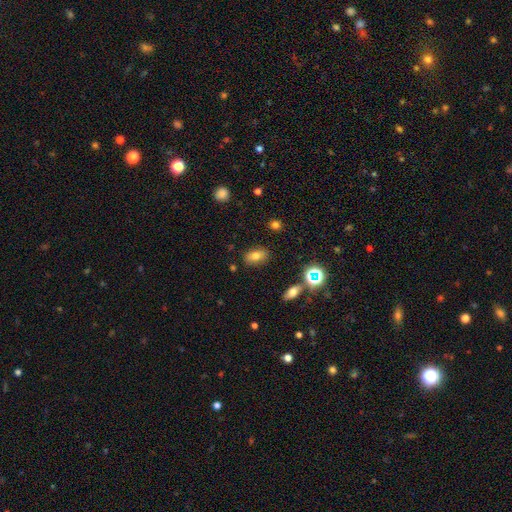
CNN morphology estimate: Smooth or featured?
  - smooth: 71% *
  - star or artifact: 15%
  - featured or disk: 14%
How rounded?
  - in between: 87% *
  - round: 9%
  - cigar-shaped: 4%
Merging?
  - none: 85% *
  - minor disturbance: 10%
  - major disturbance: 3%
  - merger: 3%